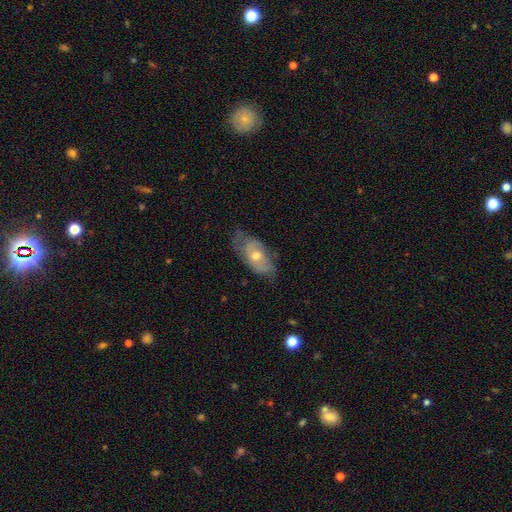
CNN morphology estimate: A featured or disk galaxy (56%). Merging: none (55%).